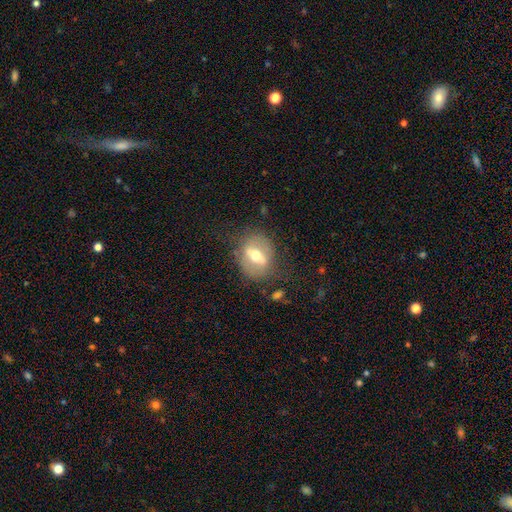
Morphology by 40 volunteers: type=featured or disk (72%); edge-on=no (59%); bar=strong (76%); spiral arms=no (82%); bulge=moderate (65%); merging=none (69%).